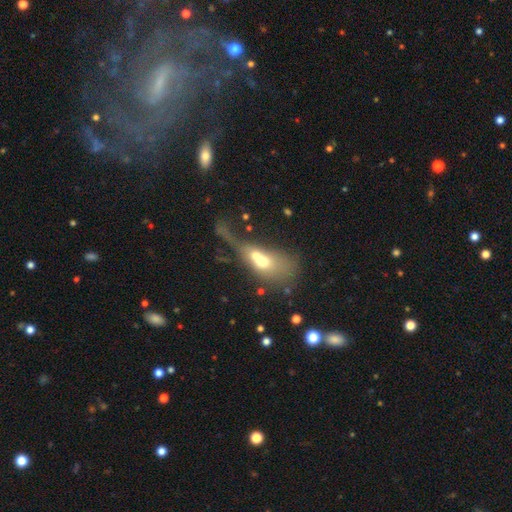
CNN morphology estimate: Smooth or featured: smooth — 52% (featured or disk — 37%)
How rounded: in between — 74% (cigar-shaped — 15%)
Merging: merger — 46% (major disturbance — 32%)